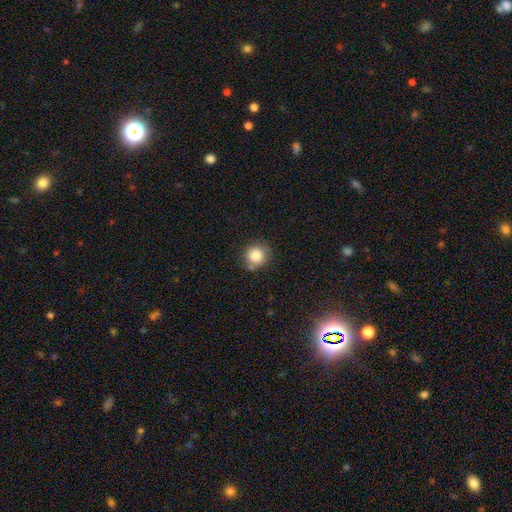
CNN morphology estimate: Smooth or featured? smooth (85%)
How rounded? round (91%)
Merging? none (76%)